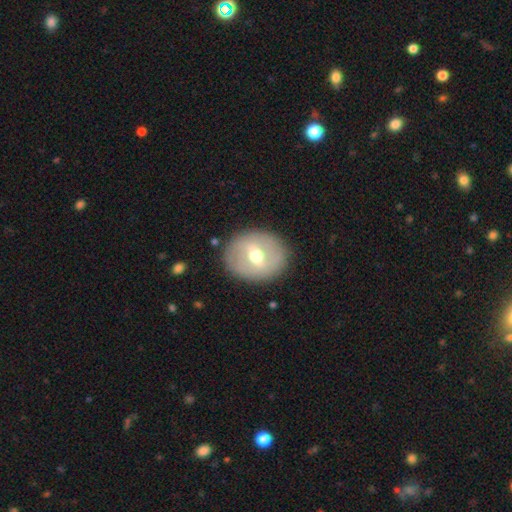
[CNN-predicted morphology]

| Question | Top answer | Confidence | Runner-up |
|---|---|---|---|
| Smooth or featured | featured or disk | 52% | smooth (40%) |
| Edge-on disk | no | 91% | yes (9%) |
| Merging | none | 86% | minor disturbance (10%) |